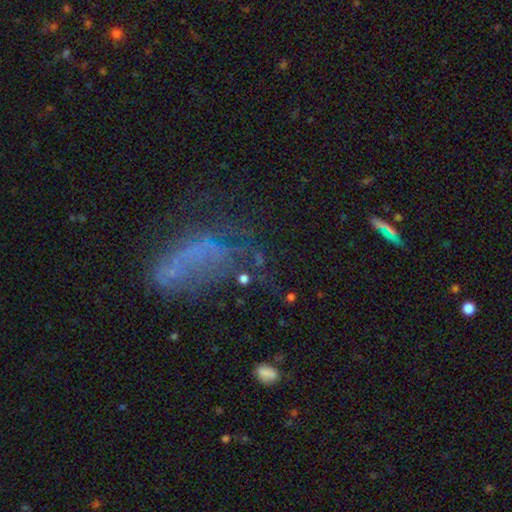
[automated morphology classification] A featured or disk galaxy (40%).

Vote fractions:
- Smooth or featured? featured or disk: 40% / smooth: 35% / star or artifact: 25%
- Merging? major disturbance: 39% / none: 35% / minor disturbance: 18% / merger: 8%